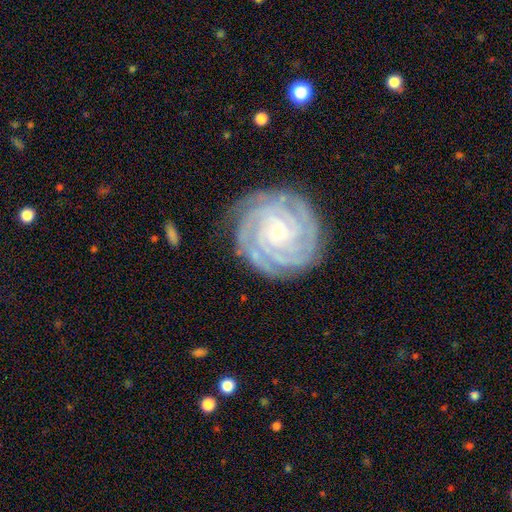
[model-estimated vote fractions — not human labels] smooth_or_featured: featured or disk (p=0.89) [alt: star or artifact p=0.05]
disk_edge_on: no (p=0.98) [alt: yes p=0.02]
bar: no (p=0.64) [alt: weak p=0.26]
has_spiral_arms: yes (p=0.98) [alt: no p=0.02]
spiral_winding: tight (p=0.83) [alt: medium p=0.15]
spiral_arm_count: 4 (p=0.32) [alt: 3 p=0.25]
bulge_size: small (p=0.79) [alt: moderate p=0.16]
merging: none (p=0.81) [alt: minor disturbance p=0.14]